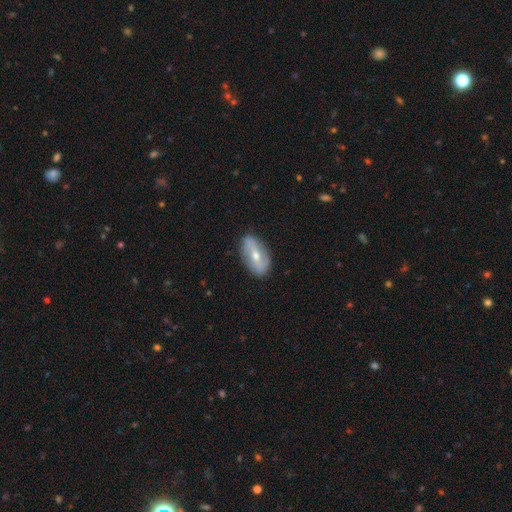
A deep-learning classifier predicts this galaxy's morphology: smooth-or-featured: featured or disk: 63% | smooth: 31% | star or artifact: 7%
  disk-edge-on: no: 87% | yes: 13%
    bar: strong: 37% | weak: 34% | no: 30%
    has-spiral-arms: yes: 62% | no: 38%
    bulge-size: moderate: 63% | small: 33% | large: 2% | none: 1% | dominant: 1%
  merging: none: 83% | minor disturbance: 13% | major disturbance: 3% | merger: 1%